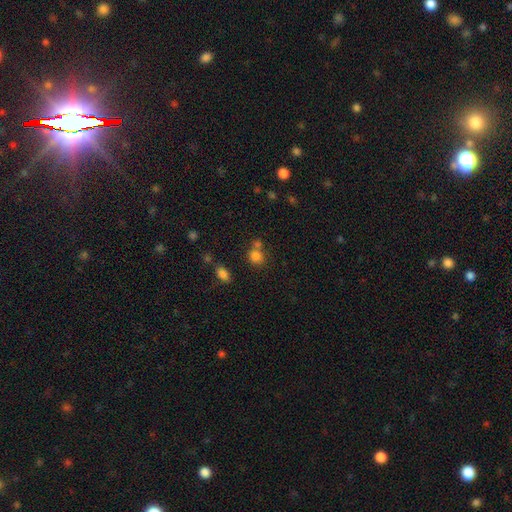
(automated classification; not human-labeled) A smooth galaxy with no disk features (80%) that is round (72%). Merging: none (54%).